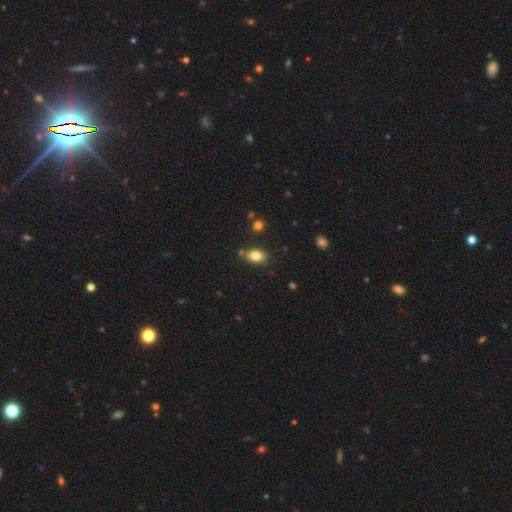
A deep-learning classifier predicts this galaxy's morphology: This is clearly a smooth galaxy (81%). How rounded: clearly in between (83%). Merging: likely none (77%).